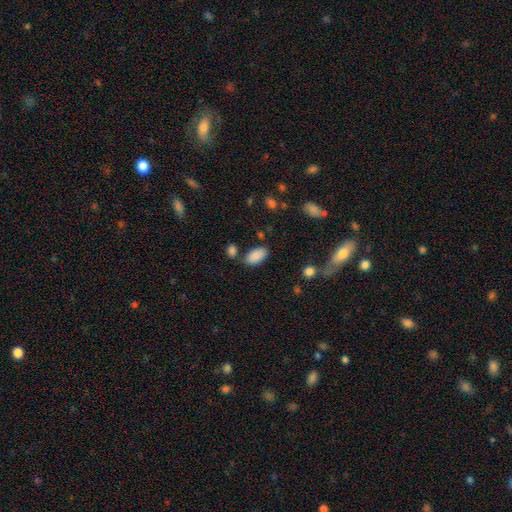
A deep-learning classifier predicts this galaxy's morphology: Smooth or featured?
  - smooth: 88% *
  - star or artifact: 7%
  - featured or disk: 4%
How rounded?
  - in between: 95% *
  - round: 3%
  - cigar-shaped: 2%
Merging?
  - none: 77% *
  - minor disturbance: 12%
  - merger: 7%
  - major disturbance: 3%